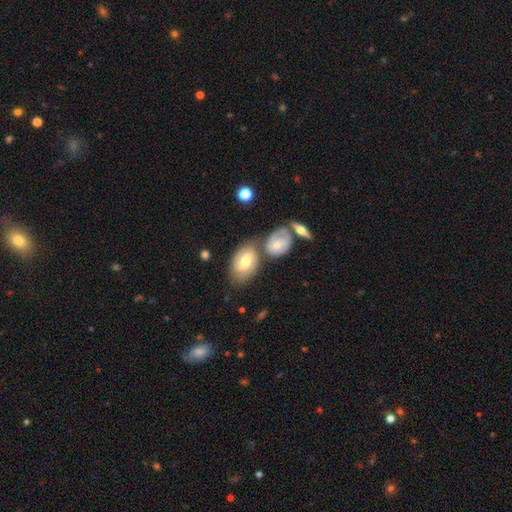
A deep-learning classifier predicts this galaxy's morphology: smooth_or_featured: star or artifact (p=0.40) [alt: smooth p=0.37]